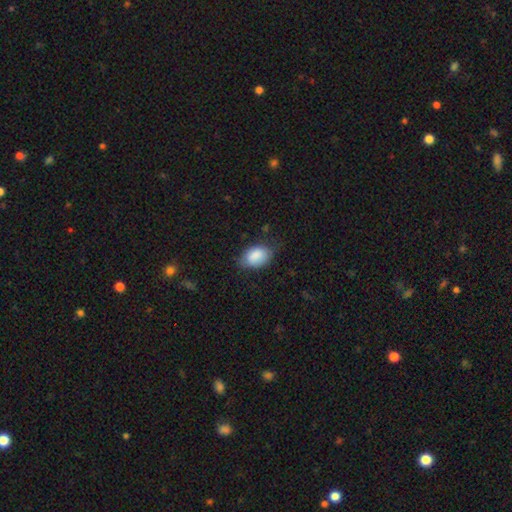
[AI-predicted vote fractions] smooth_or_featured: smooth (p=0.86) [alt: featured or disk p=0.07]
how_rounded: in between (p=0.86) [alt: round p=0.13]
merging: none (p=0.64) [alt: minor disturbance p=0.27]